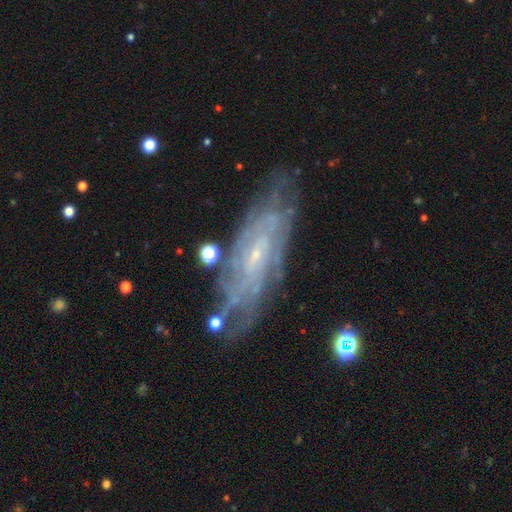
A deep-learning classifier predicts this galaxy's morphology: This is clearly a featured or disk galaxy (82%). It is clearly not viewed edge-on (85%). Bar: possibly no (56%). Spiral arm pattern: clearly yes (92%). Spiral arm count: possibly can't tell (52%). Spiral winding: likely tight (68%). Central bulge: clearly small (83%). Merging: likely none (74%).